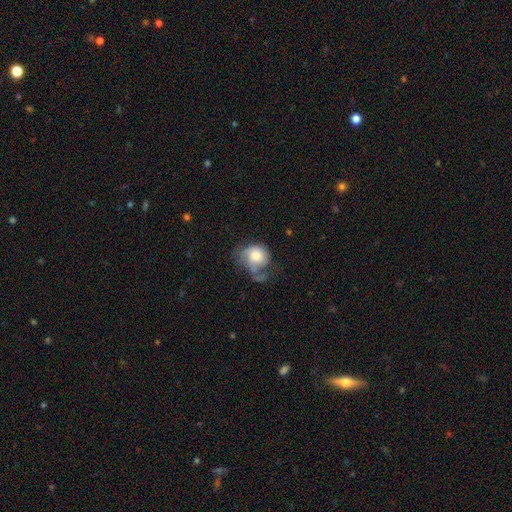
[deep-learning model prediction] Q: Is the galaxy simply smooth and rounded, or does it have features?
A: smooth — 58%.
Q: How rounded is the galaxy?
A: round — 65%.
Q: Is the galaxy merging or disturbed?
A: major disturbance — 40%.